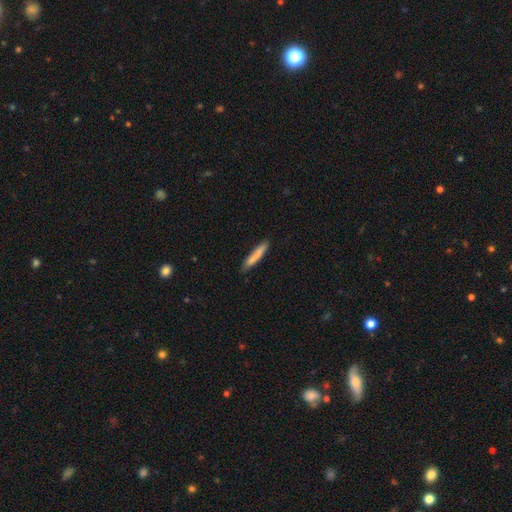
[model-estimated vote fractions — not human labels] Overall: smooth (82%). How rounded: cigar-shaped (92%). Merging: none (84%).